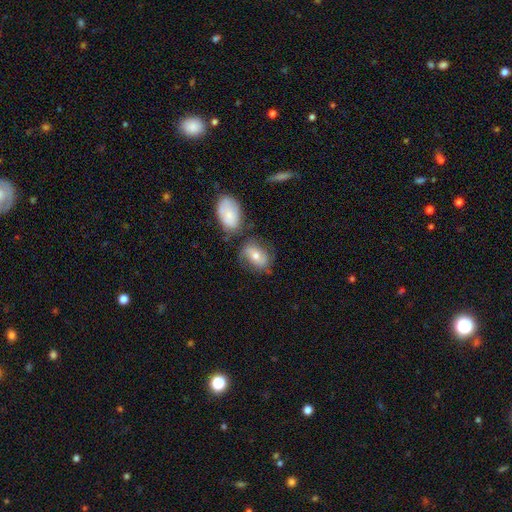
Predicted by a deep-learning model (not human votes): A smooth galaxy with no disk features (51%) that is in between round and cigar-shaped (78%). Merging: none (55%).